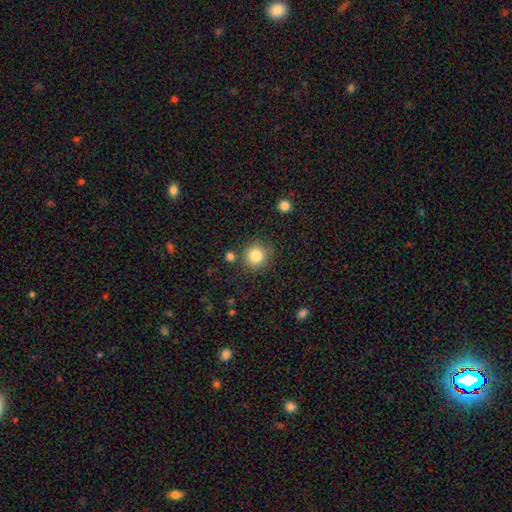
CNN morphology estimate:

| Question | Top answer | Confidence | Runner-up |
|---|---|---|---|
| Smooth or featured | smooth | 84% | star or artifact (10%) |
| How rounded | round | 93% | in between (6%) |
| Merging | none | 84% | minor disturbance (8%) |